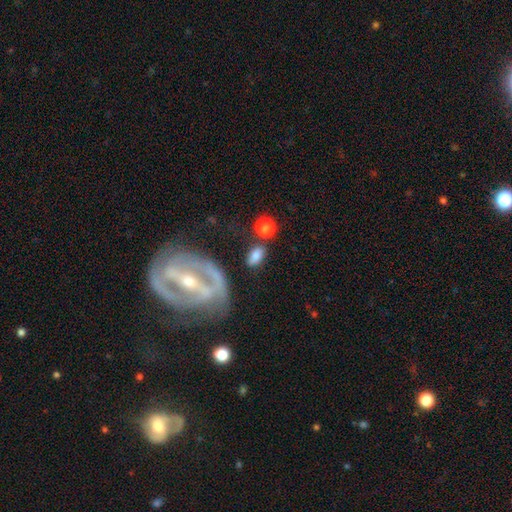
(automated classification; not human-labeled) A smooth galaxy with no disk features (74%) that is in between round and cigar-shaped (84%). Merging: none (67%).